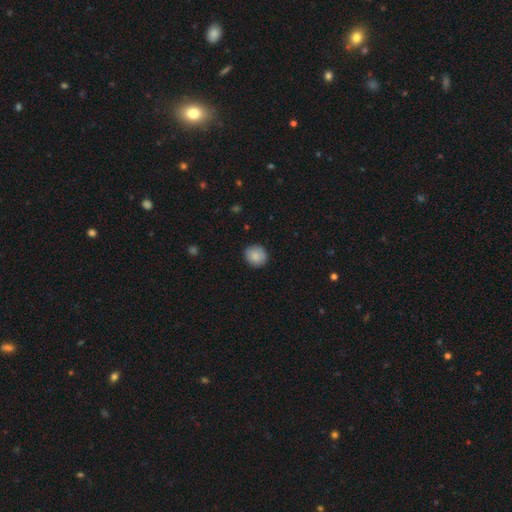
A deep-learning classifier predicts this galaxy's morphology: Q: Smooth or featured?
A: smooth (88%); runner-up: star or artifact (7%)
Q: How rounded?
A: round (88%); runner-up: in between (11%)
Q: Merging?
A: none (90%); runner-up: minor disturbance (8%)